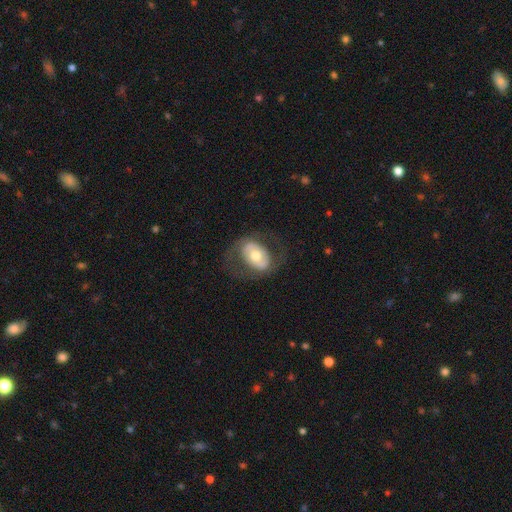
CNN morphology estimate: A featured or disk galaxy (54%) with no bar (59%), no spiral arms (56%) and a moderate central bulge (70%).

Vote fractions:
- Smooth or featured? featured or disk: 54% / smooth: 40% / star or artifact: 6%
- Edge-on disk? no: 94% / yes: 6%
- Bar? no: 59% / weak: 24% / strong: 17%
- Spiral arms? no: 56% / yes: 44%
- Bulge size? moderate: 70% / small: 14% / large: 13% / dominant: 2% / none: 1%
- Merging? none: 67% / minor disturbance: 16% / major disturbance: 16% / merger: 1%